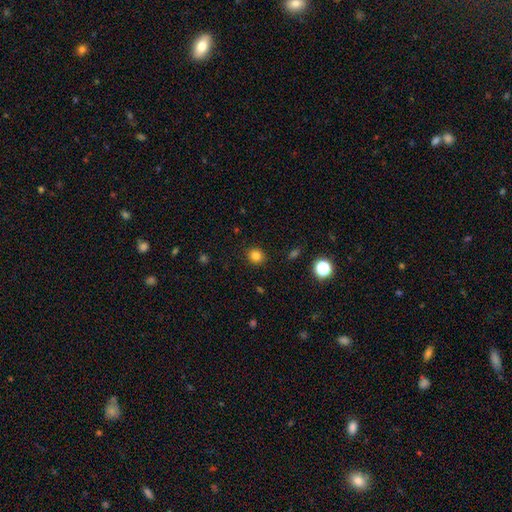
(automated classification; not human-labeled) Smooth or featured: smooth — 82% (star or artifact — 13%)
How rounded: round — 85% (in between — 14%)
Merging: none — 91% (minor disturbance — 6%)